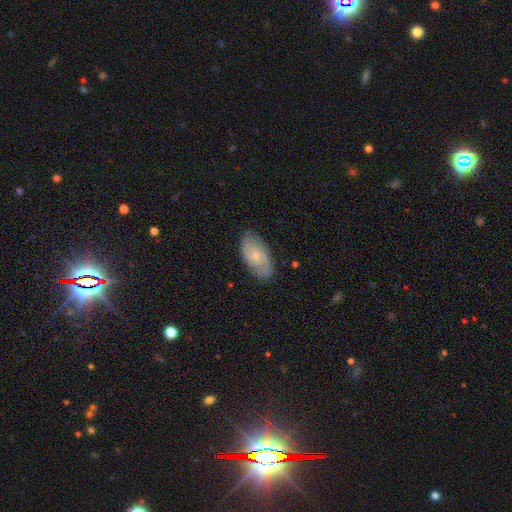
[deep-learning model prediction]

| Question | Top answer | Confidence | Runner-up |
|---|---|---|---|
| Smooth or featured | featured or disk | 65% | smooth (29%) |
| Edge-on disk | no | 94% | yes (6%) |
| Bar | no | 70% | weak (27%) |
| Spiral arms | yes | 89% | no (11%) |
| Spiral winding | medium | 43% | tight (38%) |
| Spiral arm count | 2 | 72% | can't tell (17%) |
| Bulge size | small | 72% | moderate (23%) |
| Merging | none | 80% | minor disturbance (16%) |